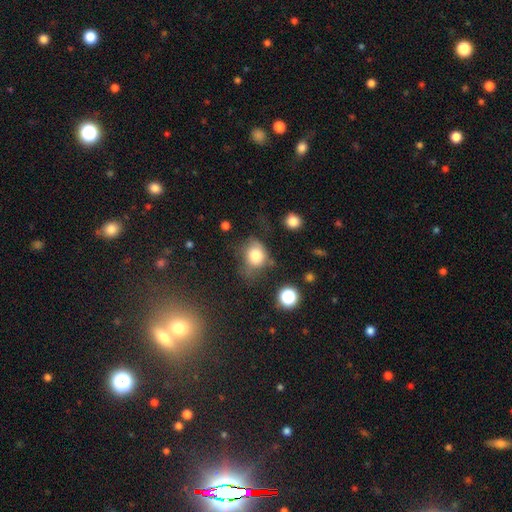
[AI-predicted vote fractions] The model was most divided on "merging": none: 45%, minor disturbance: 29%, major disturbance: 20%, merger: 5%. More confident: smooth or featured — smooth (75%); how rounded — round (61%).